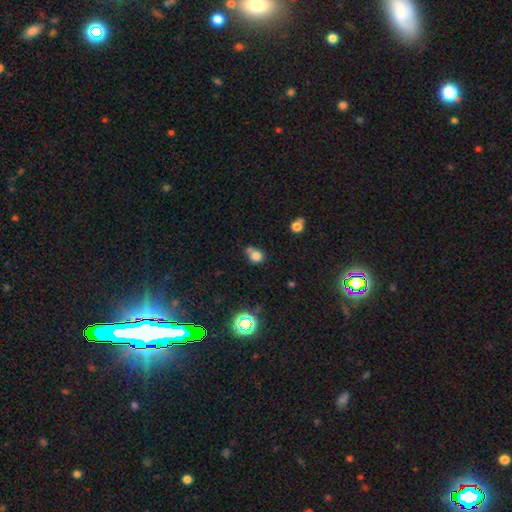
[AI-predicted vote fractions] Smooth or featured? smooth (76%)
How rounded? round (79%)
Merging? none (50%)